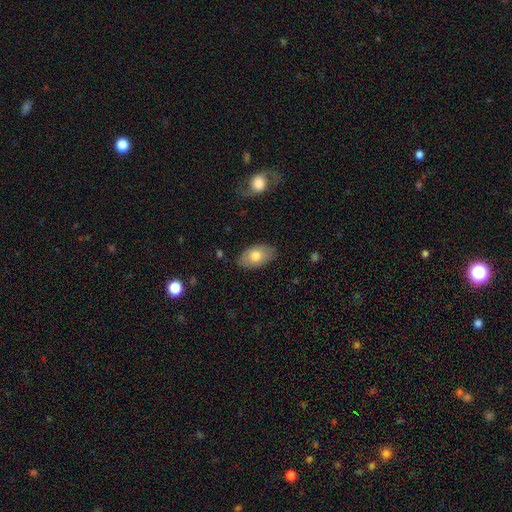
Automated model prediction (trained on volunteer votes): Smooth or featured: smooth — 74% (featured or disk — 20%)
How rounded: in between — 92% (round — 6%)
Merging: none — 83% (minor disturbance — 13%)